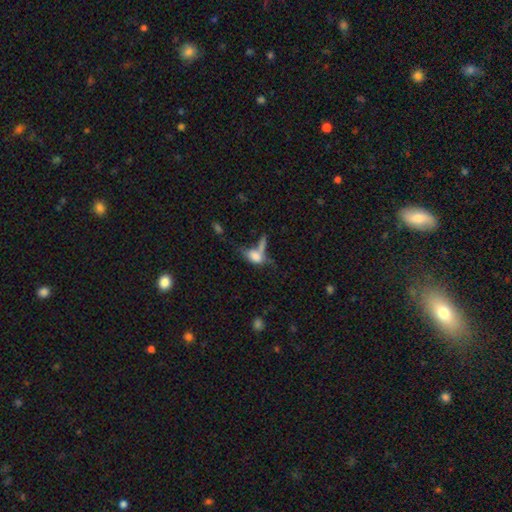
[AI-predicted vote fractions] Overall: smooth (66%). How rounded: in between (75%). Merging: merger (39%; none 27%).